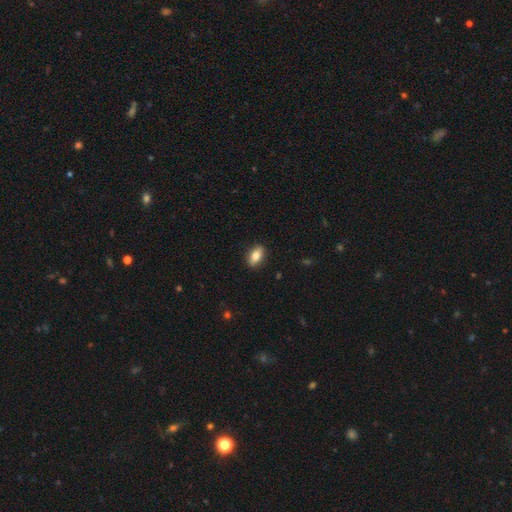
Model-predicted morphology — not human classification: Smooth or featured?
  - smooth: 80% *
  - featured or disk: 13%
  - star or artifact: 7%
How rounded?
  - in between: 86% *
  - cigar-shaped: 8%
  - round: 6%
Merging?
  - none: 88% *
  - minor disturbance: 9%
  - major disturbance: 2%
  - merger: 1%